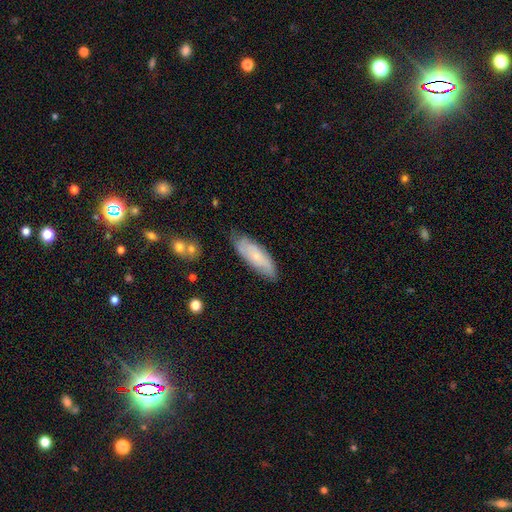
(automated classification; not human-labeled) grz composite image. It shows a smooth galaxy with no disk features (53%) that is in between round and cigar-shaped (58%). Merging: none (75%).